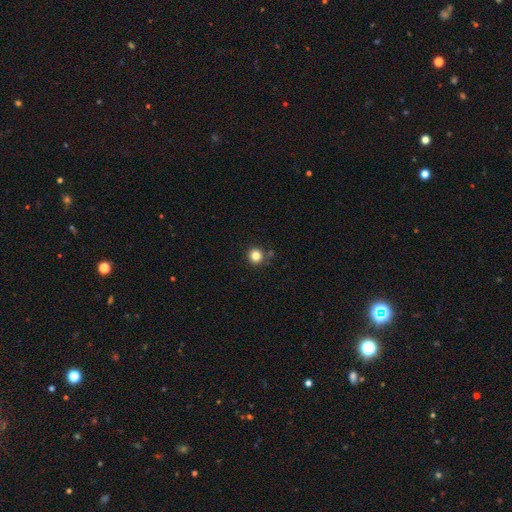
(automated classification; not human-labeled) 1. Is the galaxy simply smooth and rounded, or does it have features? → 83% smooth, 12% star or artifact, 5% featured or disk.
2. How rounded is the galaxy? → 94% round, 5% in between, 1% cigar-shaped.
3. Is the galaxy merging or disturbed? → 85% none, 8% minor disturbance, 5% merger, 2% major disturbance.